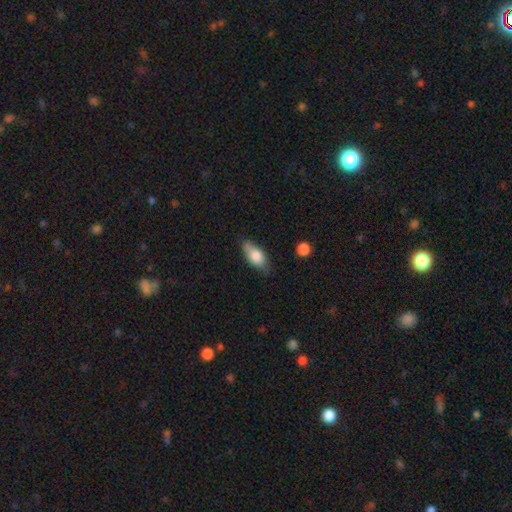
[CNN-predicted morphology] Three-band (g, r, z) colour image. It shows a smooth galaxy with no disk features (78%) that is in between round and cigar-shaped (86%). Merging: none (64%).